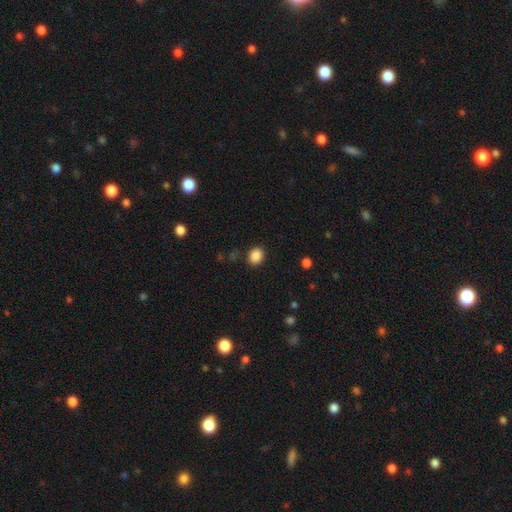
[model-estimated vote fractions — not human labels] Smooth or featured? Predicted: smooth (p=0.88). How rounded? Predicted: round (p=0.51). Merging? Predicted: none (p=0.87).